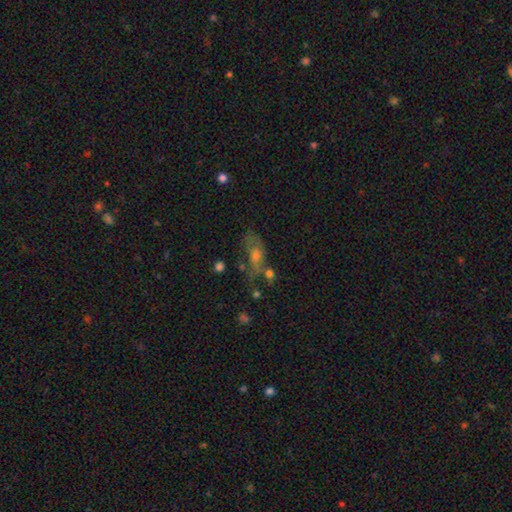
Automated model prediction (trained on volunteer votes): smooth-or-featured: featured or disk: 43% | smooth: 37% | star or artifact: 20%
  merging: none: 39% | major disturbance: 22% | minor disturbance: 21% | merger: 18%